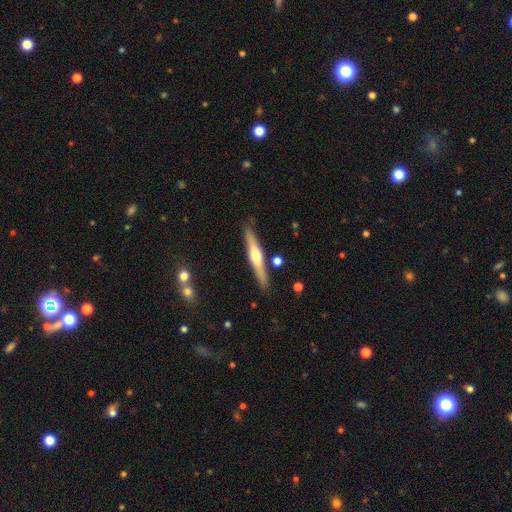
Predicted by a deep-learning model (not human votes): smooth_or_featured: featured or disk (p=0.62) [alt: smooth p=0.32]
disk_edge_on: yes (p=0.96) [alt: no p=0.04]
edge_on_bulge: rounded (p=0.90) [alt: none p=0.06]
merging: none (p=0.86) [alt: minor disturbance p=0.09]